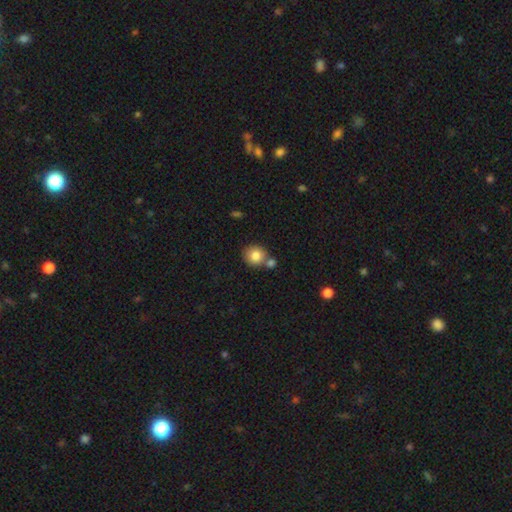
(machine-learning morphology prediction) This appears to be a smooth galaxy with no disk features (82%) that is round (84%). Merging: none (59%).